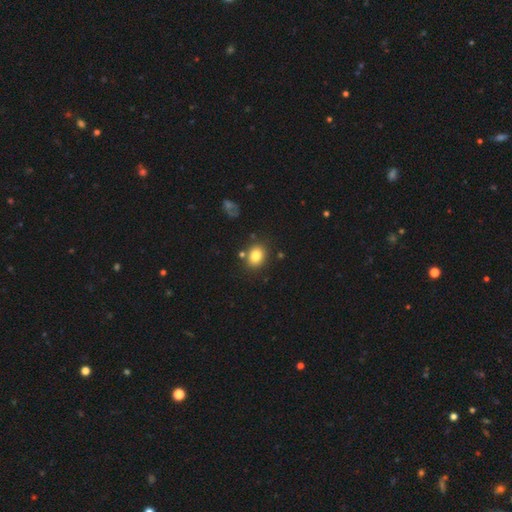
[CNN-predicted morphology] smooth_or_featured: smooth (p=0.81) [alt: star or artifact p=0.11]
how_rounded: round (p=0.53) [alt: in between p=0.46]
merging: none (p=0.81) [alt: minor disturbance p=0.10]